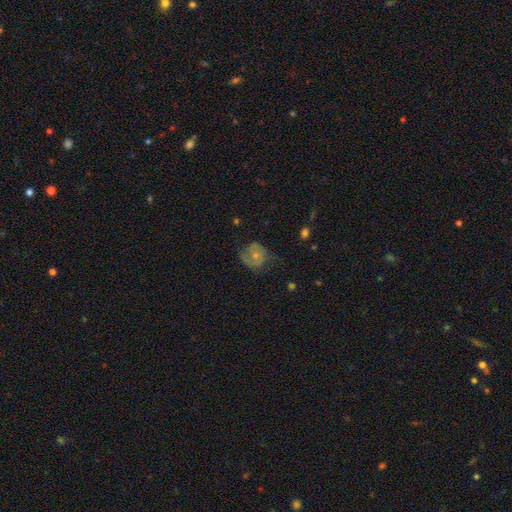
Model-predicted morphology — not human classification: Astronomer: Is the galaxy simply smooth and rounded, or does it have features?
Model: smooth — 50% (runner-up: featured or disk, 41%).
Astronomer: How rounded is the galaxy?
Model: round — 74%.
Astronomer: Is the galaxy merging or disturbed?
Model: none — 55%.